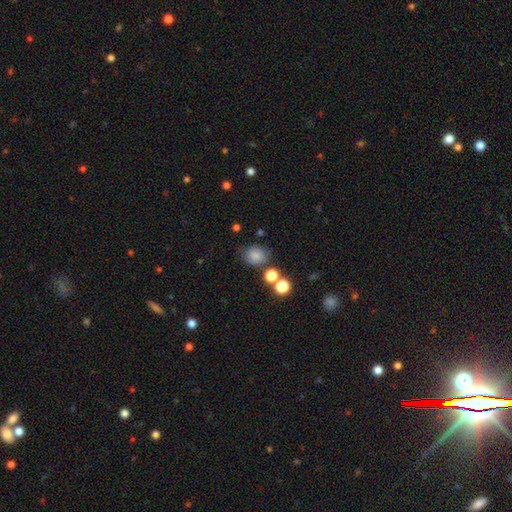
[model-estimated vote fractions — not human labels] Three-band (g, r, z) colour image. It shows a smooth galaxy with no disk features (80%) that is round (62%). Merging: none (67%).